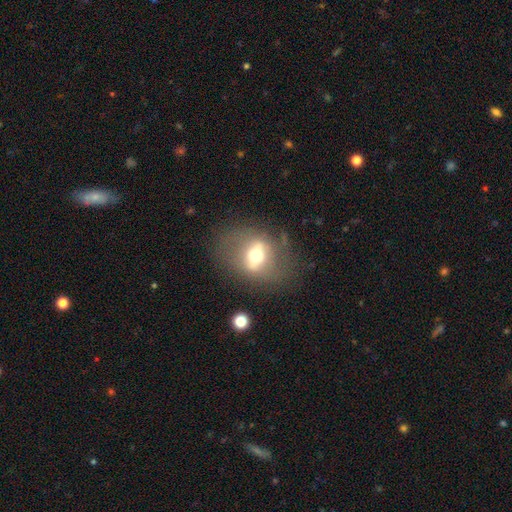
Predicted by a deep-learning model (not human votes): smooth_or_featured: featured or disk (p=0.51) [alt: smooth p=0.39]
disk_edge_on: no (p=0.79) [alt: yes p=0.21]
merging: none (p=0.70) [alt: minor disturbance p=0.16]